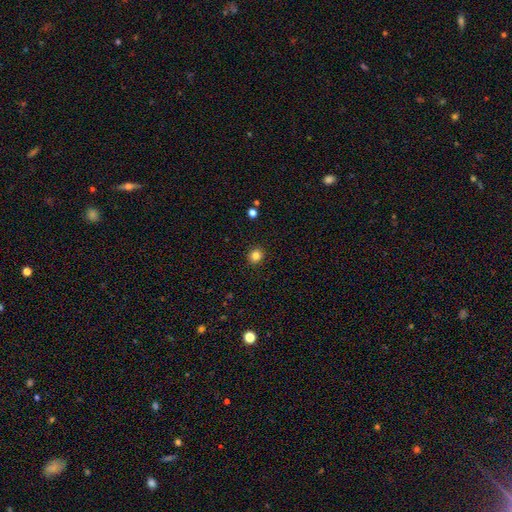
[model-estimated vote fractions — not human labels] Smooth or featured: smooth — 83% (star or artifact — 12%)
How rounded: round — 86% (in between — 13%)
Merging: none — 92% (minor disturbance — 5%)